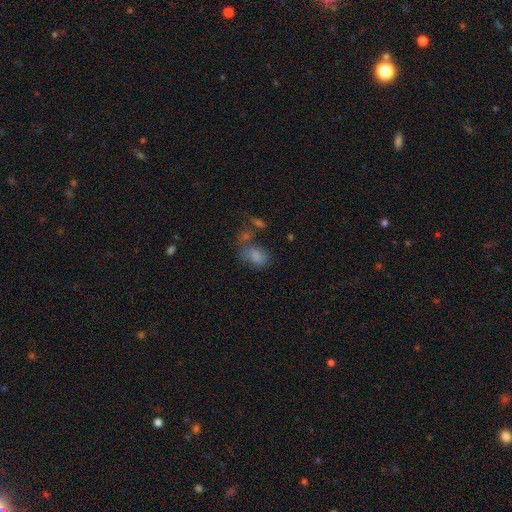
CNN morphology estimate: type=smooth (76%); roundness=in between (84%); merging=none (42%).